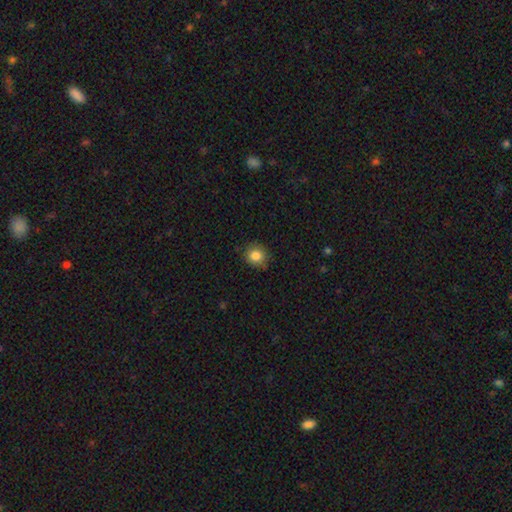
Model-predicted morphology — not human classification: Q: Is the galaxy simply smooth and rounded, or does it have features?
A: smooth — 85%.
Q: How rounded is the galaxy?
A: round — 84%.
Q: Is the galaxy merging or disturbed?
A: none — 85%.